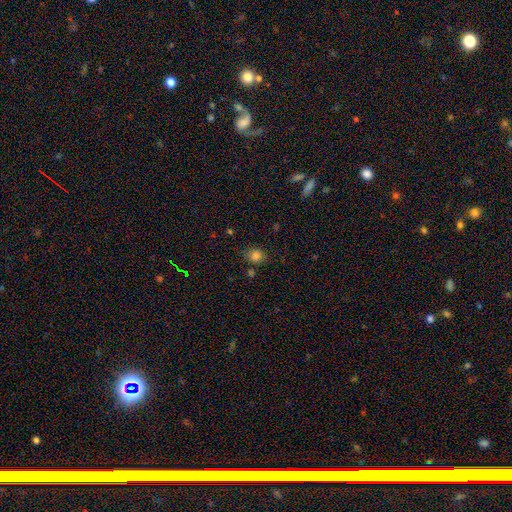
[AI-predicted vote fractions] Smooth or featured? smooth (81%)
How rounded? round (75%)
Merging? none (77%)